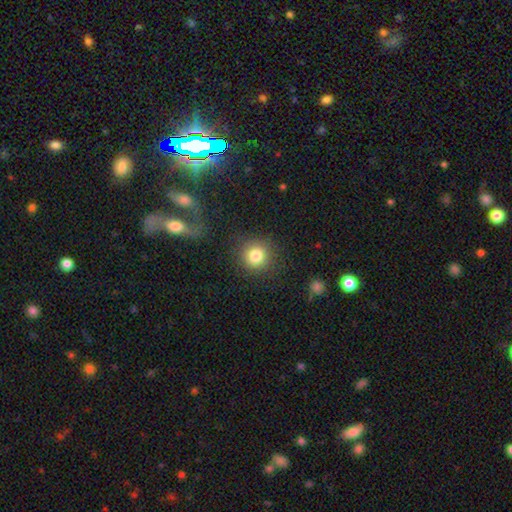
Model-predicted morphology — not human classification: A smooth galaxy with no disk features (82%) that is round (92%). Merging: none (86%).